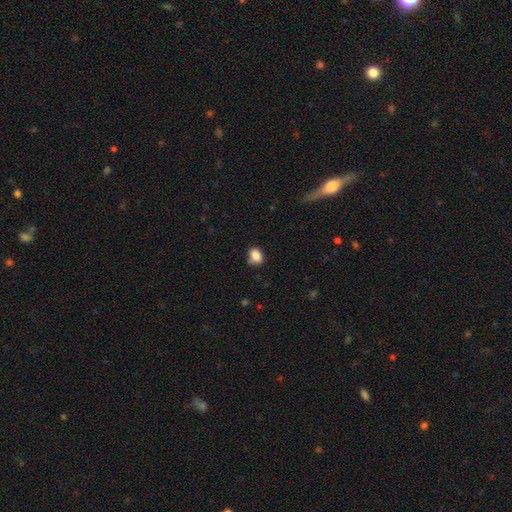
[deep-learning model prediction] Smooth or featured?
  - smooth: 86% *
  - star or artifact: 9%
  - featured or disk: 4%
How rounded?
  - in between: 60% *
  - round: 38%
  - cigar-shaped: 1%
Merging?
  - none: 69% *
  - minor disturbance: 23%
  - major disturbance: 4%
  - merger: 4%